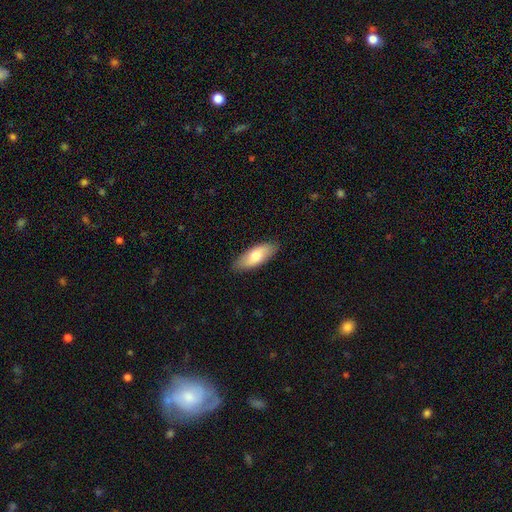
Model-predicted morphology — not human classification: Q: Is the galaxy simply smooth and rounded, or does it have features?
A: smooth — 73%.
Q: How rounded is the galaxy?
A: in between — 78%.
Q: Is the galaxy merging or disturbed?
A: none — 87%.